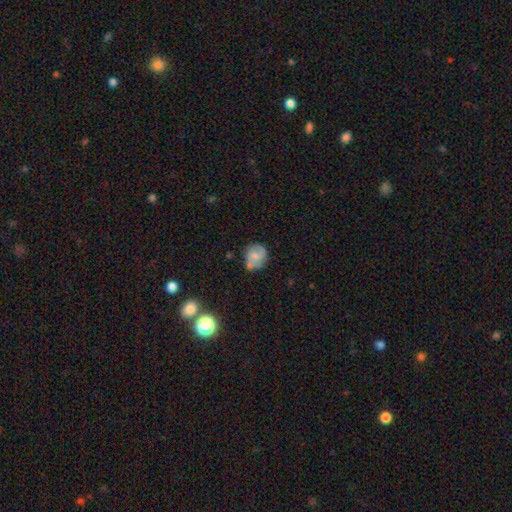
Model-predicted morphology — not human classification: smooth_or_featured: smooth (p=0.46) [alt: featured or disk p=0.45]
merging: none (p=0.56) [alt: minor disturbance p=0.23]